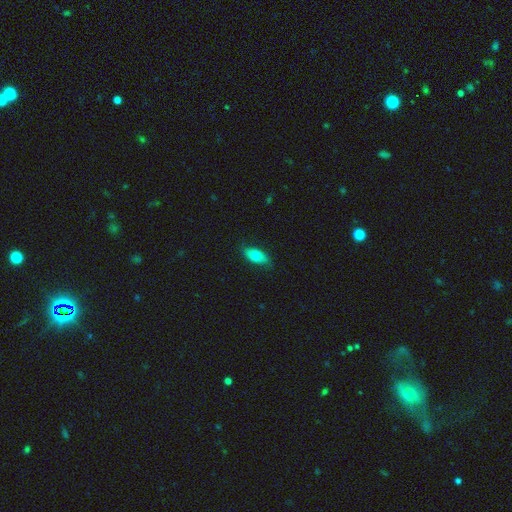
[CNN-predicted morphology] type=smooth (75%); roundness=in between (85%); merging=none (82%).